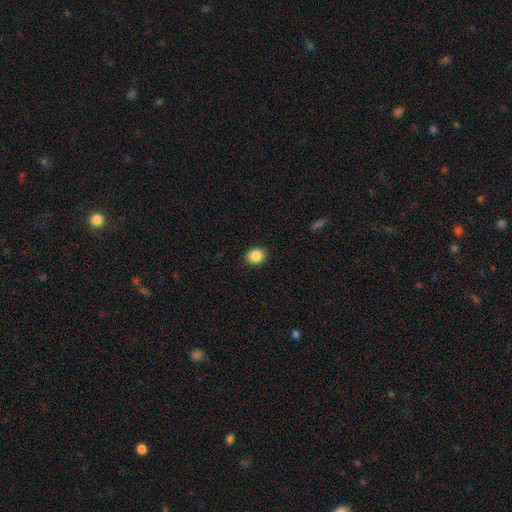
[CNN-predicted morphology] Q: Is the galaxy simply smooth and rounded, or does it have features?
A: smooth — 88%.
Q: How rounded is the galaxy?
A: round — 69%.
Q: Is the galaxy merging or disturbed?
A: none — 91%.